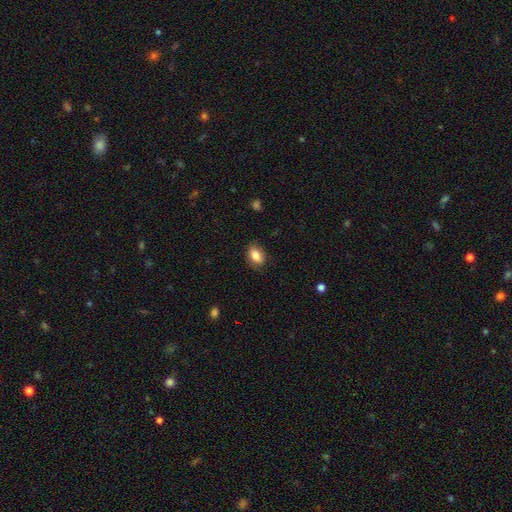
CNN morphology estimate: smooth_or_featured: smooth (p=0.83) [alt: featured or disk p=0.10]
how_rounded: in between (p=0.85) [alt: round p=0.14]
merging: none (p=0.82) [alt: minor disturbance p=0.14]